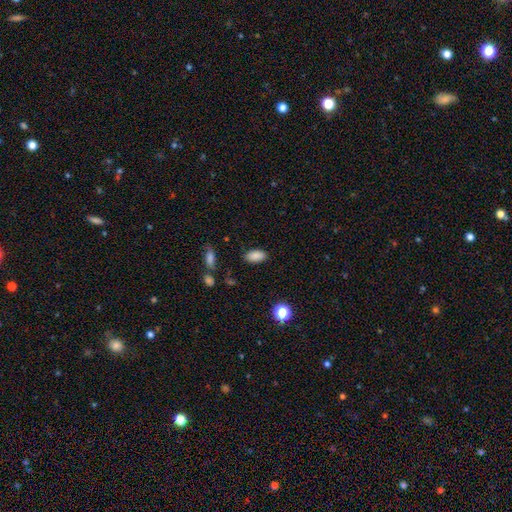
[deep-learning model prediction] Smooth or featured: smooth — 86% (star or artifact — 9%)
How rounded: in between — 92% (round — 5%)
Merging: none — 85% (minor disturbance — 10%)